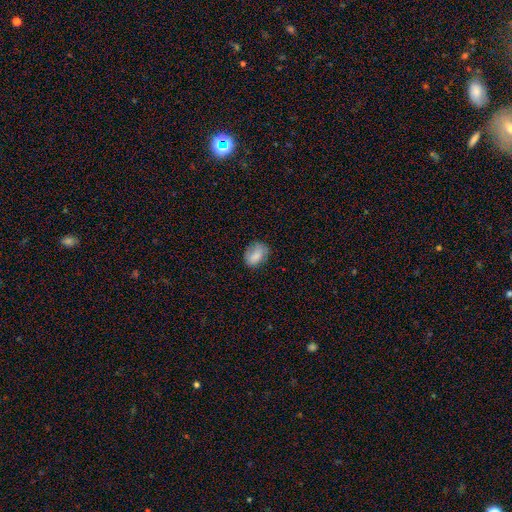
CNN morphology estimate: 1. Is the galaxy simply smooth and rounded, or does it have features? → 81% smooth, 11% featured or disk, 8% star or artifact.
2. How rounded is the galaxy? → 79% in between, 20% round, 1% cigar-shaped.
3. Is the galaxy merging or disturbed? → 65% none, 26% minor disturbance, 8% major disturbance, 1% merger.